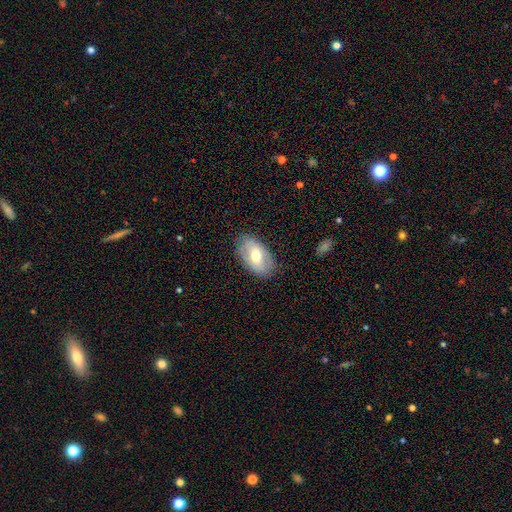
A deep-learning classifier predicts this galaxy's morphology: The model was most divided on "smooth or featured": smooth: 47%, featured or disk: 46%, star or artifact: 7%. More confident: merging — none (80%).